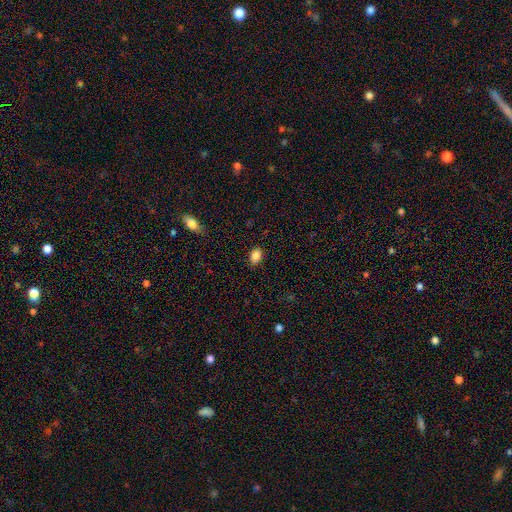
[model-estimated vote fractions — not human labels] This appears to be a smooth galaxy with no disk features (87%) that is in between round and cigar-shaped (84%). Merging: none (86%).